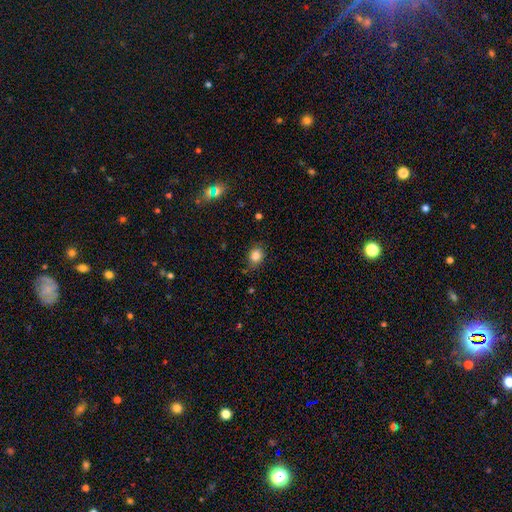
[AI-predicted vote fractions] smooth_or_featured: smooth (p=0.84) [alt: star or artifact p=0.10]
how_rounded: round (p=0.54) [alt: in between p=0.45]
merging: none (p=0.80) [alt: minor disturbance p=0.15]